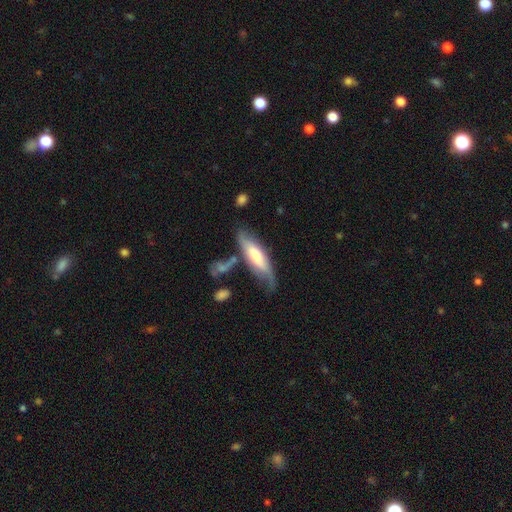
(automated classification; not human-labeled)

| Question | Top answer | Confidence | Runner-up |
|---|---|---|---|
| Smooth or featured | featured or disk | 49% | smooth (45%) |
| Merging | none | 53% | minor disturbance (28%) |